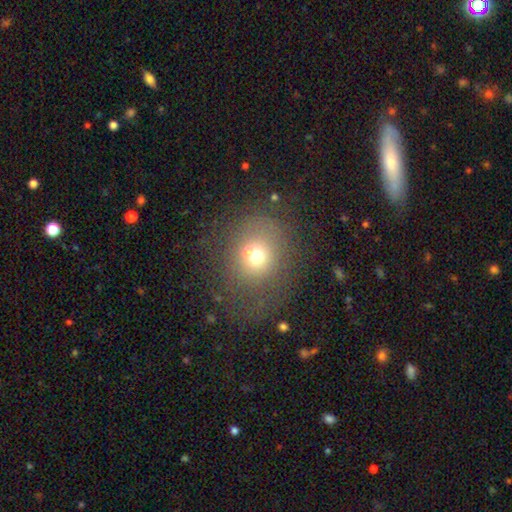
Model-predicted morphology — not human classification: Smooth or featured: smooth — 59% (featured or disk — 23%)
How rounded: round — 73% (in between — 26%)
Merging: none — 48% (merger — 25%)